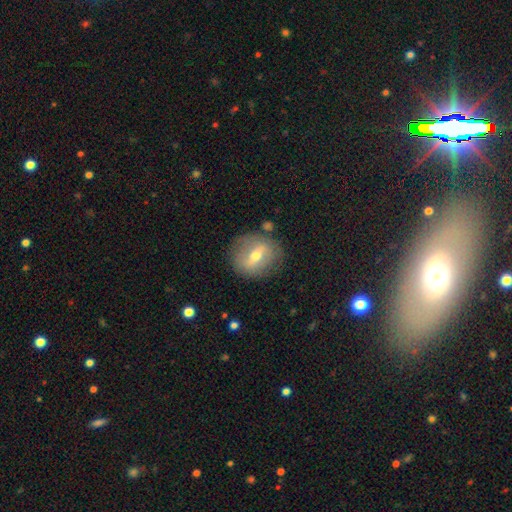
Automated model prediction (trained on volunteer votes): Smooth or featured?
  - featured or disk: 52% *
  - smooth: 39%
  - star or artifact: 8%
Edge-on disk?
  - no: 84% *
  - yes: 16%
Merging?
  - none: 79% *
  - minor disturbance: 13%
  - major disturbance: 5%
  - merger: 3%